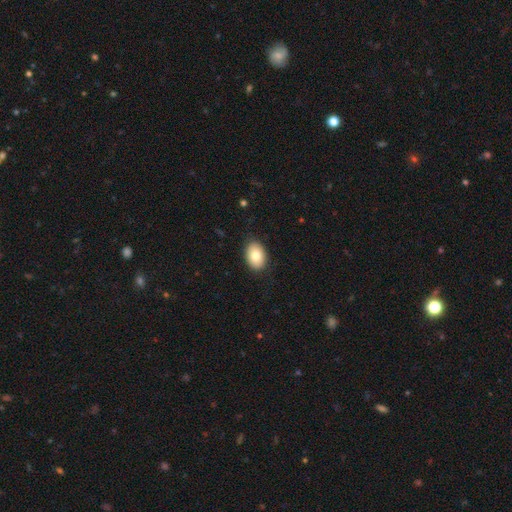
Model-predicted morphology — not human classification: smooth_or_featured: smooth (p=0.81) [alt: featured or disk p=0.12]
how_rounded: in between (p=0.84) [alt: round p=0.15]
merging: none (p=0.88) [alt: minor disturbance p=0.09]